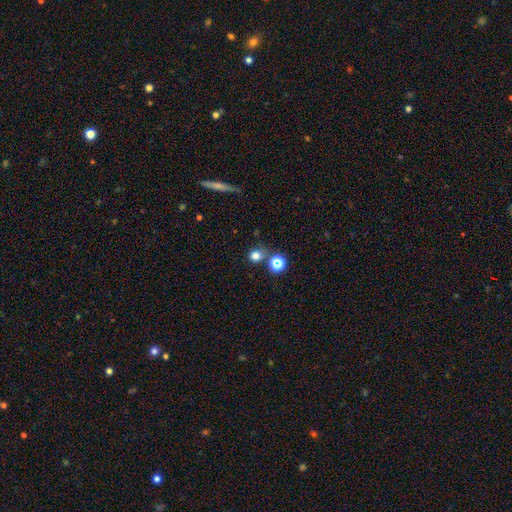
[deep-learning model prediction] A smooth galaxy with no disk features (74%) that is round (83%).

Vote fractions:
- Smooth or featured? smooth: 74% / star or artifact: 19% / featured or disk: 7%
- How rounded? round: 83% / in between: 16% / cigar-shaped: 1%
- Merging? none: 71% / merger: 14% / minor disturbance: 10% / major disturbance: 5%